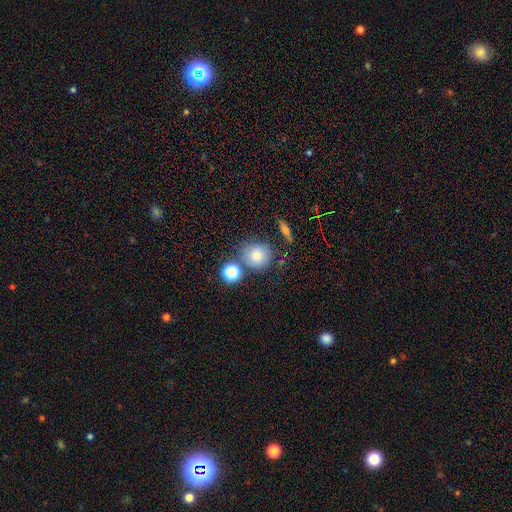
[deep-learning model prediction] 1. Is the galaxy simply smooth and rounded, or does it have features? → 76% smooth, 13% star or artifact, 10% featured or disk.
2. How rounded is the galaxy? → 86% round, 12% in between, 1% cigar-shaped.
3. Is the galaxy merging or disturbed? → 70% none, 14% merger, 12% minor disturbance, 4% major disturbance.